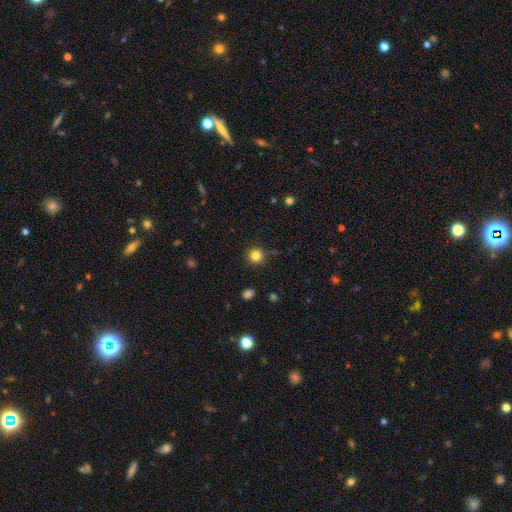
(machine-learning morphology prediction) smooth_or_featured: smooth (p=0.82) [alt: star or artifact p=0.13]
how_rounded: round (p=0.94) [alt: in between p=0.05]
merging: none (p=0.89) [alt: minor disturbance p=0.07]